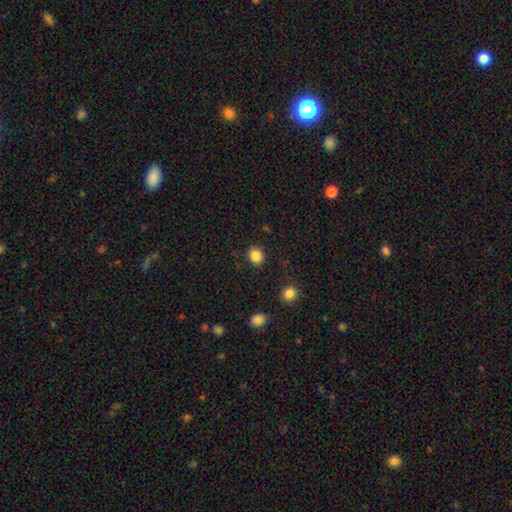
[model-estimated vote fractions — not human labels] Smooth or featured? Predicted: smooth (p=0.85). How rounded? Predicted: round (p=0.76). Merging? Predicted: none (p=0.89).